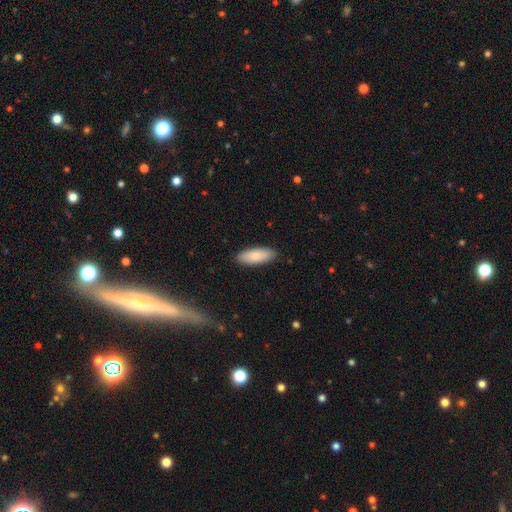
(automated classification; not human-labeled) A smooth galaxy with no disk features (83%) that is in between round and cigar-shaped (75%).

Vote fractions:
- Smooth or featured? smooth: 83% / featured or disk: 11% / star or artifact: 6%
- How rounded? in between: 75% / cigar-shaped: 23% / round: 2%
- Merging? none: 89% / minor disturbance: 8% / major disturbance: 2% / merger: 1%